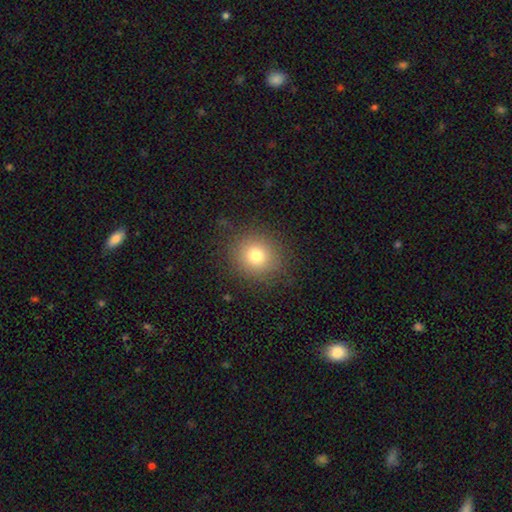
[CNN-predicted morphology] The model was most divided on "smooth or featured": smooth: 76%, star or artifact: 14%, featured or disk: 10%. More confident: how rounded — round (88%); merging — none (85%).